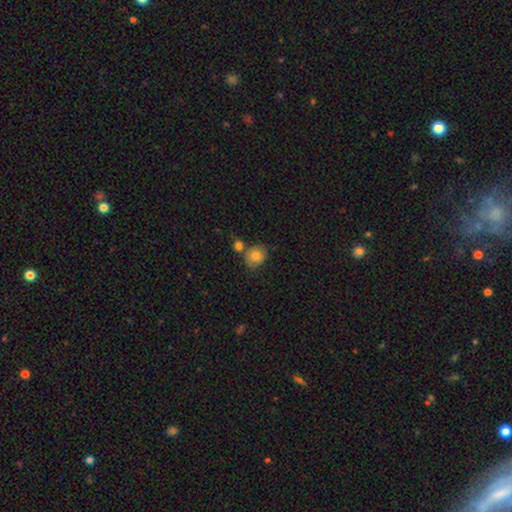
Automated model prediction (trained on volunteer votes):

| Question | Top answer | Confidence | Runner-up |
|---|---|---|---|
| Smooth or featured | smooth | 79% | featured or disk (12%) |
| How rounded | round | 74% | in between (25%) |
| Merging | none | 60% | merger (22%) |